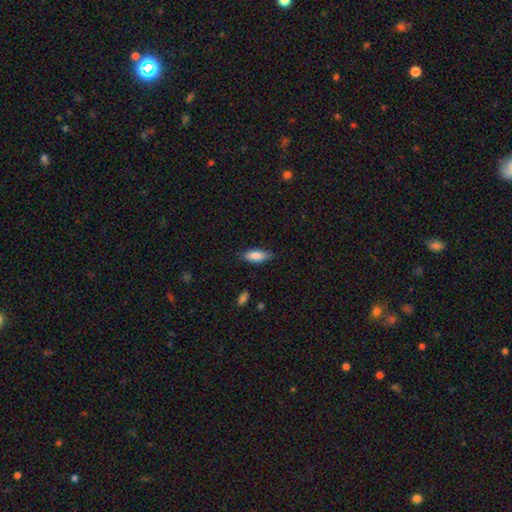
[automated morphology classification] type=smooth (84%); roundness=in between (72%); merging=none (81%).